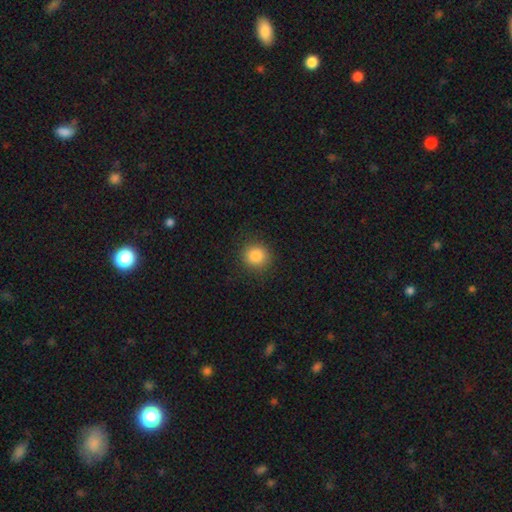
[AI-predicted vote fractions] Smooth or featured? smooth (86%)
How rounded? round (90%)
Merging? none (89%)